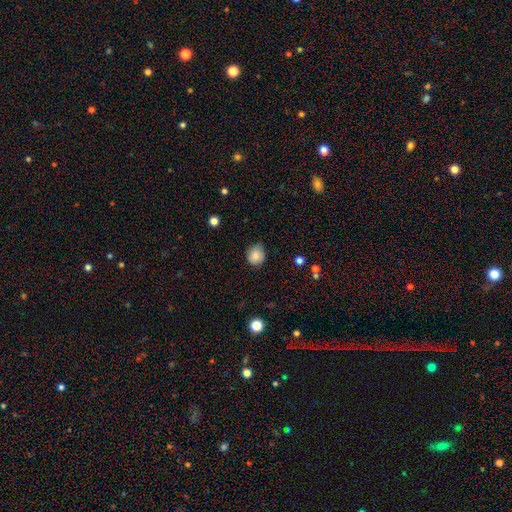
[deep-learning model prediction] Morphology: type=smooth (82%); roundness=round (81%); merging=none (72%).